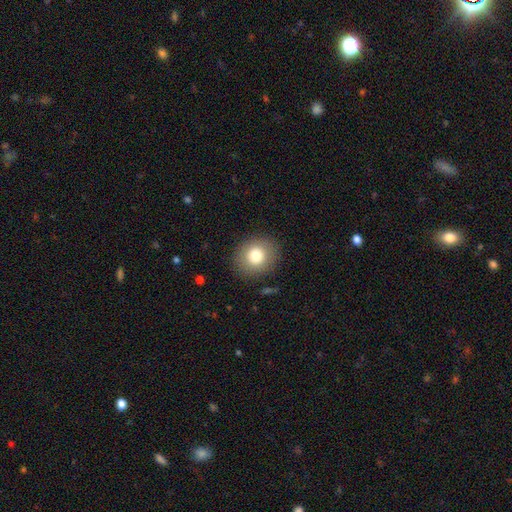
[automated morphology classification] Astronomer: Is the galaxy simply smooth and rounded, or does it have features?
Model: smooth — 79%.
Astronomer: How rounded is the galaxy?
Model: round — 76%.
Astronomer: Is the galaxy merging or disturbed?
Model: none — 88%.